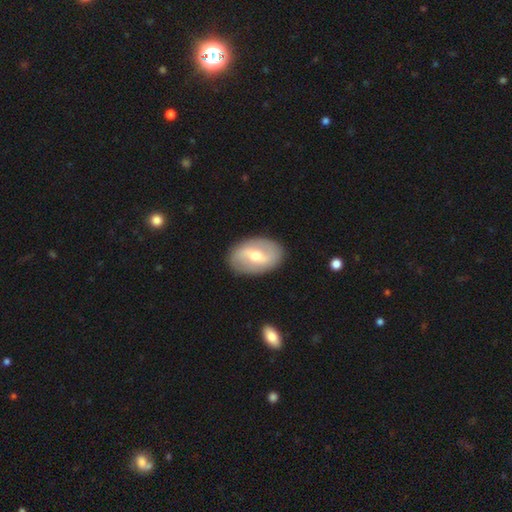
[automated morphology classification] Smooth or featured: featured or disk — 62% (smooth — 33%)
Edge-on disk: no — 94% (yes — 6%)
Bar: weak — 46% (strong — 36%)
Spiral arms: yes — 60% (no — 40%)
Bulge size: moderate — 69% (small — 23%)
Merging: none — 87% (minor disturbance — 9%)